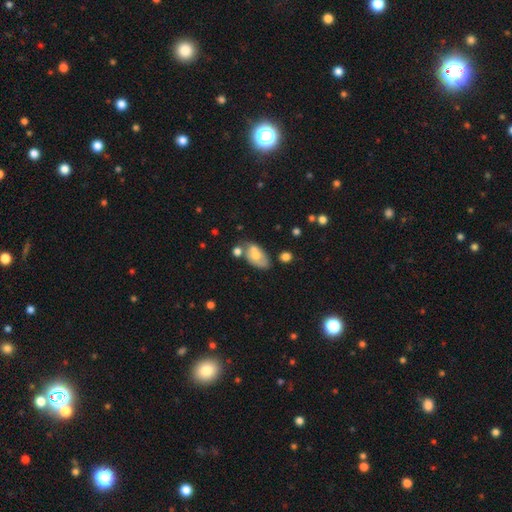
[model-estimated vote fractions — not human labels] This is possibly a smooth galaxy (60%). How rounded: clearly in between (91%). Merging: marginally none (41%).